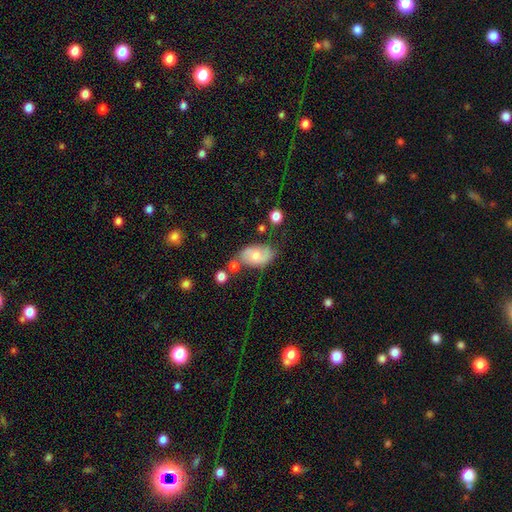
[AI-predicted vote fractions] smooth-or-featured: smooth: 59% | featured or disk: 34% | star or artifact: 7%
  how-rounded: in between: 91% | round: 7% | cigar-shaped: 2%
  merging: none: 59% | minor disturbance: 23% | merger: 11% | major disturbance: 7%